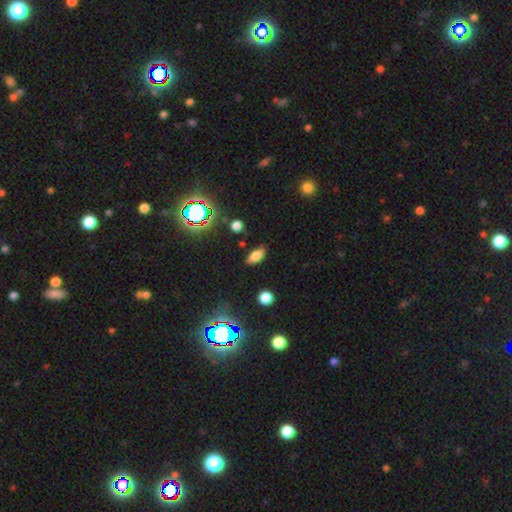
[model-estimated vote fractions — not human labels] This appears to be a smooth galaxy with no disk features (72%) that is in between round and cigar-shaped (85%). Merging: none (78%).